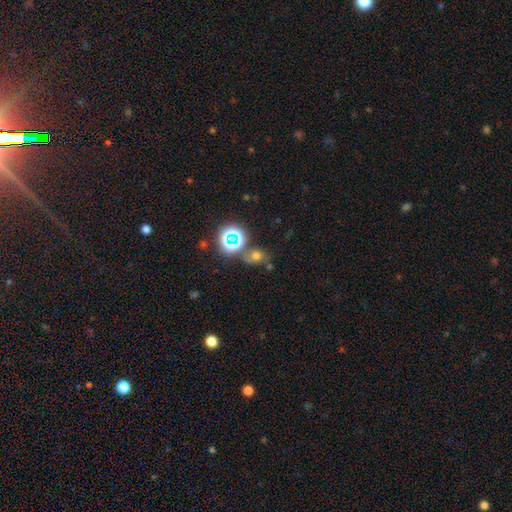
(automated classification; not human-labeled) Overall: smooth (57%; star or artifact 32%). How rounded: round (65%; in between 34%). Merging: none (65%).